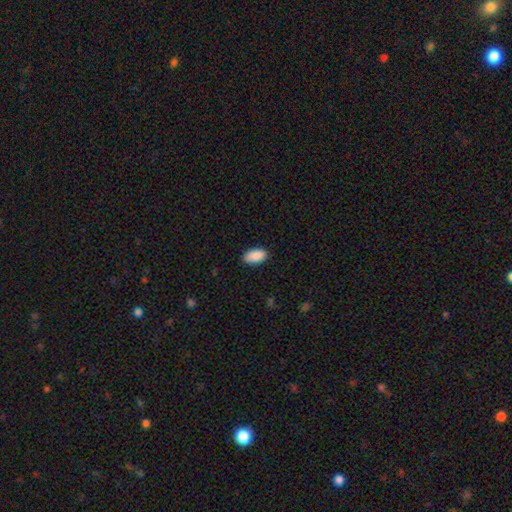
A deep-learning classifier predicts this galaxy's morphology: The model was most divided on "merging": none: 86%, minor disturbance: 11%, major disturbance: 2%, merger: 1%. More confident: how rounded — in between (94%); smooth or featured — smooth (90%).